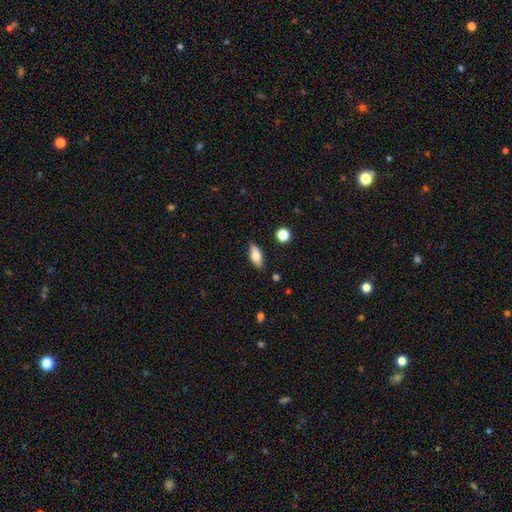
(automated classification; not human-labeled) Smooth or featured? Predicted: smooth (p=0.72). How rounded? Predicted: in between (p=0.80). Merging? Predicted: none (p=0.85).